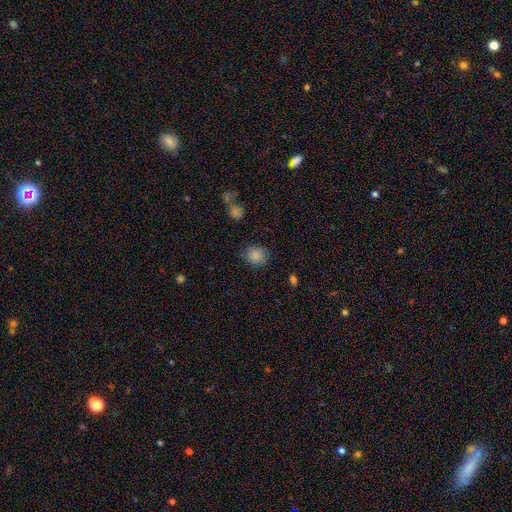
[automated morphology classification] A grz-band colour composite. It shows a smooth galaxy with no disk features (85%) that is round (76%). Merging: none (82%).